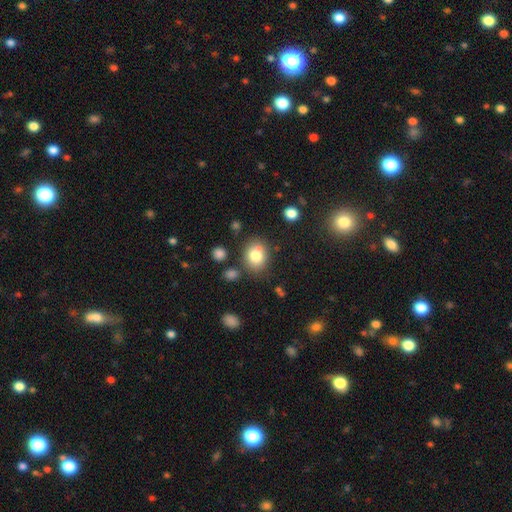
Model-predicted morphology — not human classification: smooth-or-featured: smooth: 79% | featured or disk: 10% | star or artifact: 10%
  how-rounded: round: 54% | in between: 45% | cigar-shaped: 1%
  merging: none: 73% | minor disturbance: 14% | merger: 8% | major disturbance: 4%